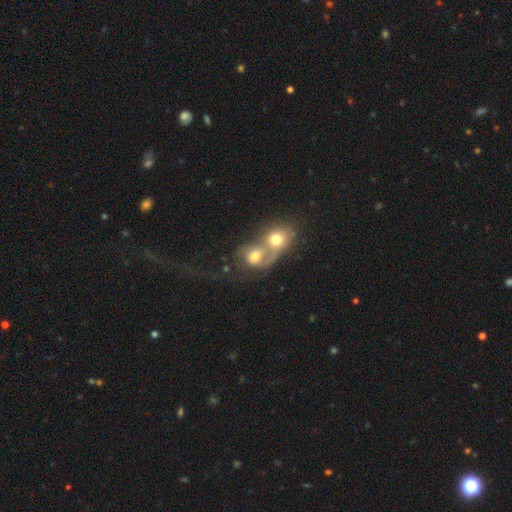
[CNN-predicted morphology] Q: Smooth or featured?
A: smooth (54%); runner-up: featured or disk (34%)
Q: How rounded?
A: round (67%); runner-up: in between (31%)
Q: Merging?
A: merger (79%); runner-up: none (11%)